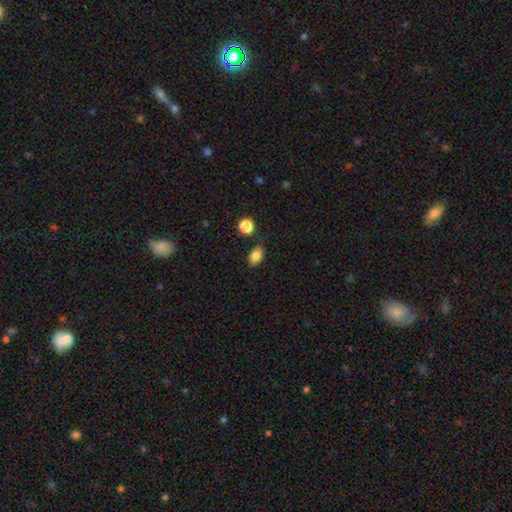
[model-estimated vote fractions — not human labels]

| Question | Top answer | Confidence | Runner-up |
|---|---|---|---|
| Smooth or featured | smooth | 84% | star or artifact (10%) |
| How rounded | in between | 84% | round (14%) |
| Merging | none | 79% | minor disturbance (14%) |